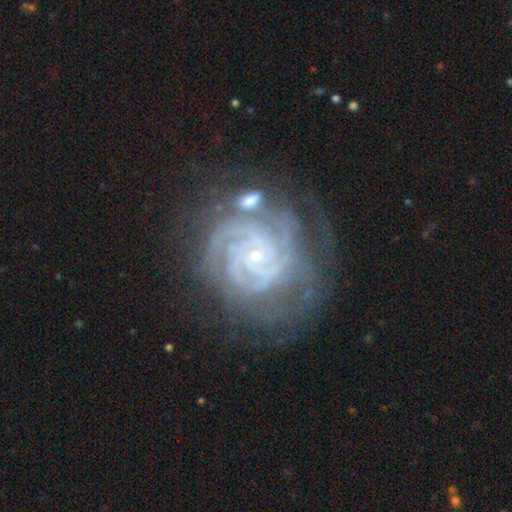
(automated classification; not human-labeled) A featured or disk galaxy (90%) with no bar (70%), 4 (31%) tight (80%) spiral arms (98%) and a small central bulge (88%). Merging: none (65%).